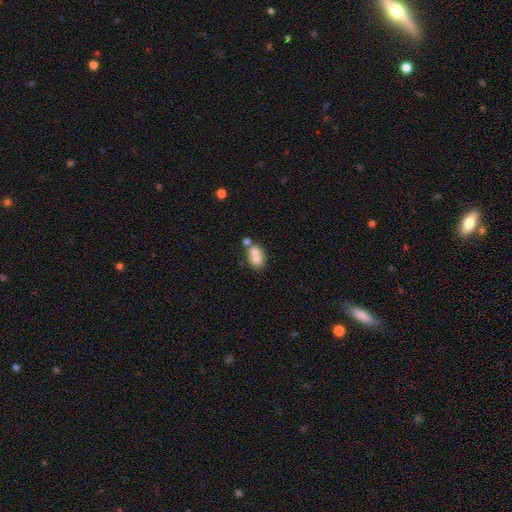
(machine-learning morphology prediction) Overall: smooth (69%). How rounded: in between (72%). Merging: merger (52%; none 32%).